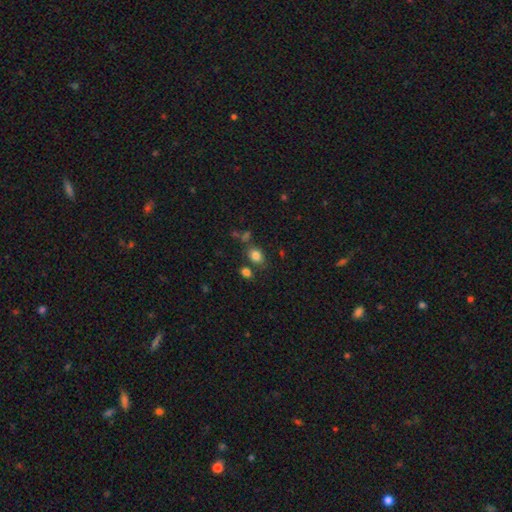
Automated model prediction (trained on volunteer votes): smooth_or_featured: smooth (p=0.81) [alt: star or artifact p=0.12]
how_rounded: in between (p=0.69) [alt: round p=0.30]
merging: none (p=0.68) [alt: minor disturbance p=0.14]